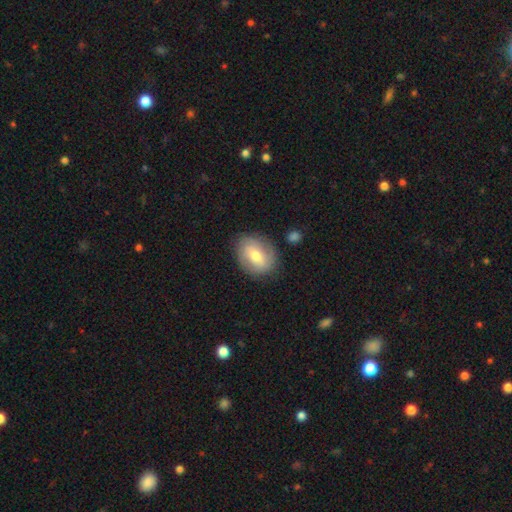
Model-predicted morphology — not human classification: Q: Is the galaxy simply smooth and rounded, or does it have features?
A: smooth — 62%.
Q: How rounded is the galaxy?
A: in between — 60%.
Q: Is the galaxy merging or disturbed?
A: none — 81%.